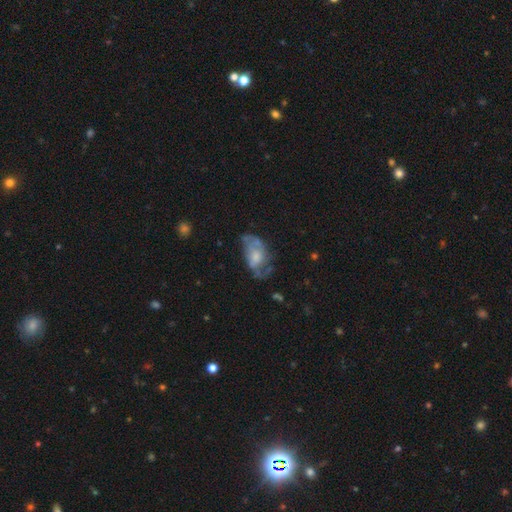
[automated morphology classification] The model was most divided on "spiral arms": yes: 52%, no: 48%. Remaining: edge-on disk — no (95%); bar — no (74%); smooth or featured — featured or disk (59%); merging — none (40%); bulge size — moderate (38%).